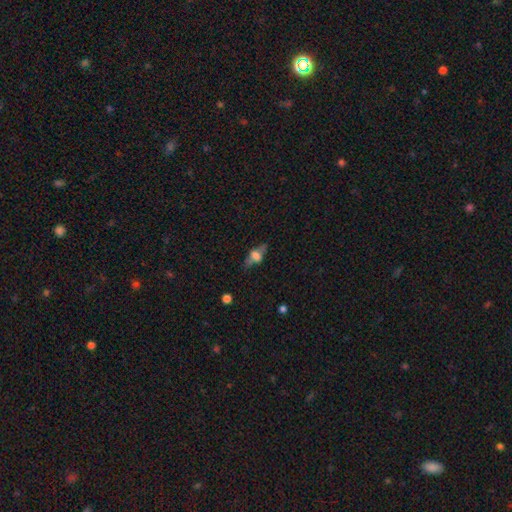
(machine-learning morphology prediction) This appears to be a featured or disk galaxy (47%). Merging: none (70%).